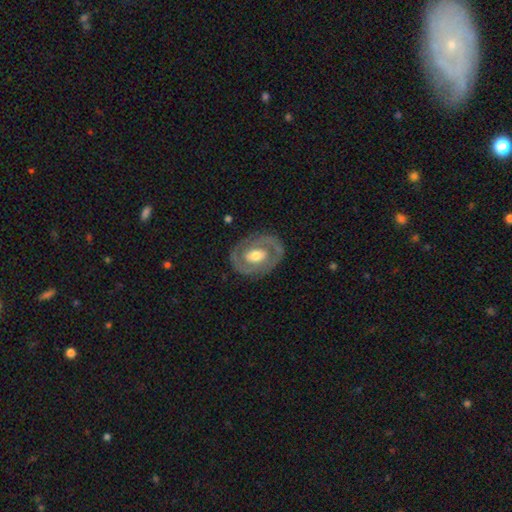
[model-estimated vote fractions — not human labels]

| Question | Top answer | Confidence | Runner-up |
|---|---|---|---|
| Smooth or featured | featured or disk | 75% | smooth (21%) |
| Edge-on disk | no | 96% | yes (4%) |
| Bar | no | 51% | weak (33%) |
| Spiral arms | yes | 62% | no (38%) |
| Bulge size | moderate | 64% | large (21%) |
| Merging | none | 83% | minor disturbance (11%) |